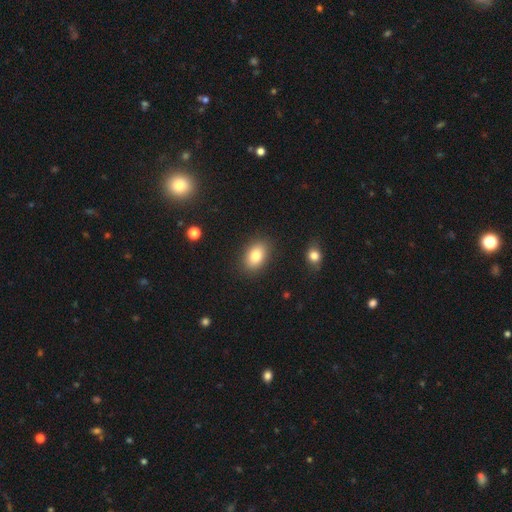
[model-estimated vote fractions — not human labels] smooth-or-featured: smooth: 82% | featured or disk: 10% | star or artifact: 9%
  how-rounded: in between: 84% | round: 15% | cigar-shaped: 1%
  merging: none: 87% | minor disturbance: 9% | major disturbance: 3% | merger: 2%